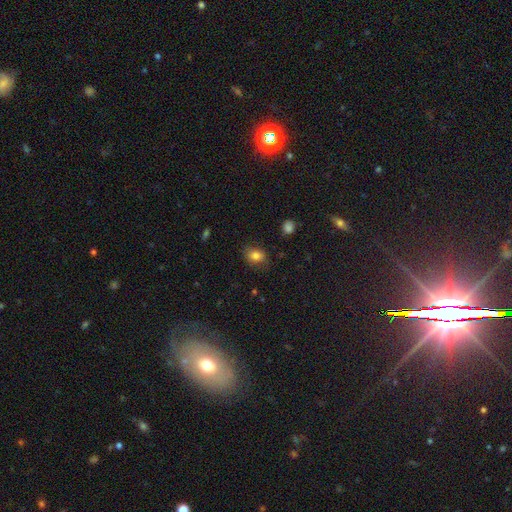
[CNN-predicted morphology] A smooth galaxy with no disk features (82%) that is in between round and cigar-shaped (70%).

Vote fractions:
- Smooth or featured? smooth: 82% / star or artifact: 10% / featured or disk: 8%
- How rounded? in between: 70% / round: 29% / cigar-shaped: 1%
- Merging? none: 79% / minor disturbance: 16% / major disturbance: 4% / merger: 1%